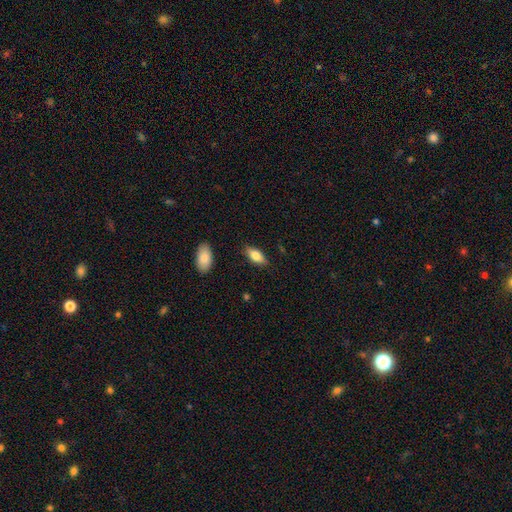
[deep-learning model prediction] smooth-or-featured: smooth: 80% | featured or disk: 14% | star or artifact: 6%
  how-rounded: in between: 85% | cigar-shaped: 13% | round: 2%
  merging: none: 85% | minor disturbance: 11% | major disturbance: 2% | merger: 2%